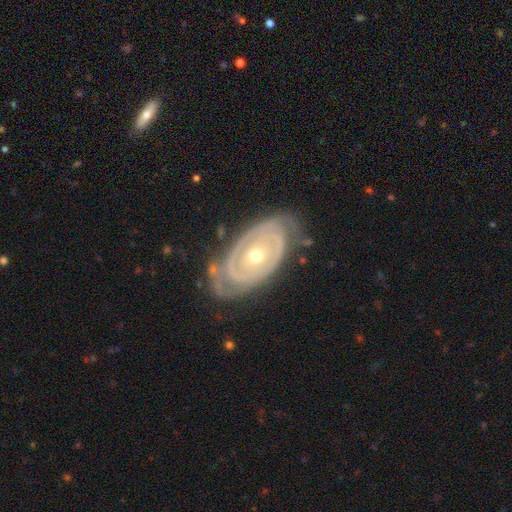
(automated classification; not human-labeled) smooth-or-featured: featured or disk: 84% | smooth: 11% | star or artifact: 5%
  disk-edge-on: no: 94% | yes: 6%
    bar: no: 81% | weak: 13% | strong: 6%
    has-spiral-arms: yes: 79% | no: 21%
      spiral-winding: tight: 79% | medium: 15% | loose: 5%
      spiral-arm-count: 2: 40% | can't tell: 36% | 3: 10% | 1: 7% | 4: 4% | more than 4: 4%
    bulge-size: moderate: 55% | small: 41% | large: 2% | dominant: 1% | none: 1%
  merging: none: 70% | minor disturbance: 19% | major disturbance: 9% | merger: 2%